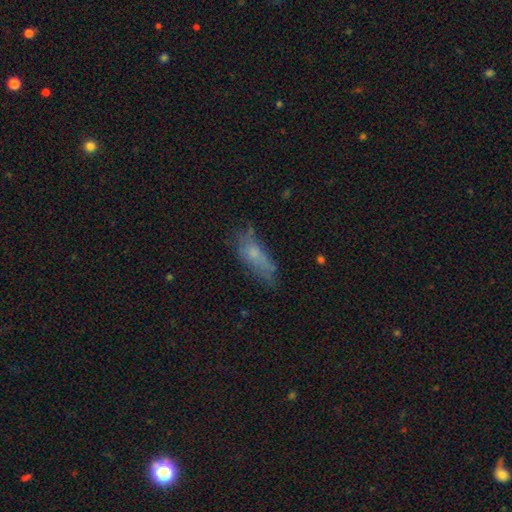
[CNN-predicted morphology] smooth_or_featured: smooth (p=0.65) [alt: featured or disk p=0.25]
how_rounded: in between (p=0.65) [alt: cigar-shaped p=0.32]
merging: none (p=0.47) [alt: minor disturbance p=0.31]